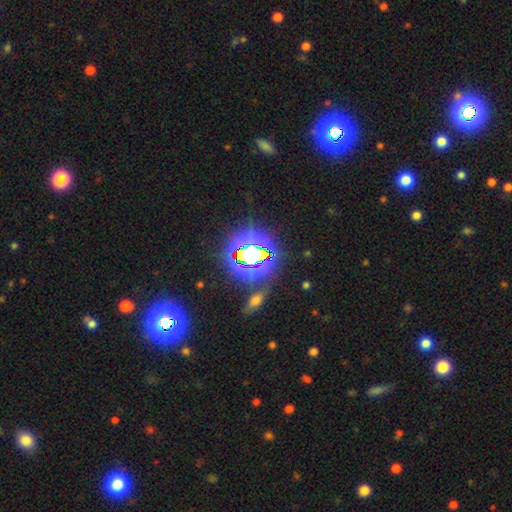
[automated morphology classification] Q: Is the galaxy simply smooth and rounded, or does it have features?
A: star or artifact — 70%.